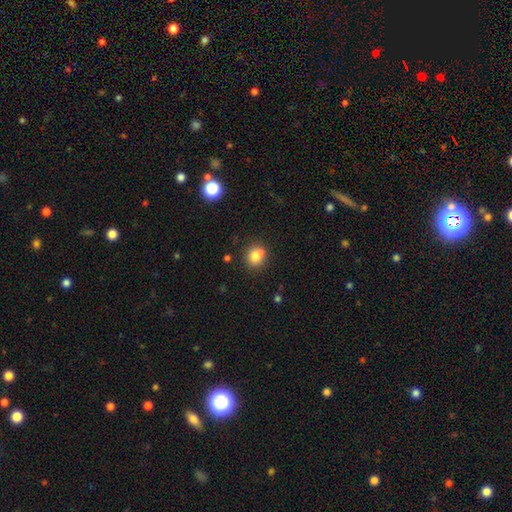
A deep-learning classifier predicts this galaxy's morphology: Smooth or featured?
  - smooth: 79% *
  - star or artifact: 11%
  - featured or disk: 10%
How rounded?
  - round: 79% *
  - in between: 20%
  - cigar-shaped: 1%
Merging?
  - none: 64% *
  - merger: 19%
  - minor disturbance: 13%
  - major disturbance: 4%